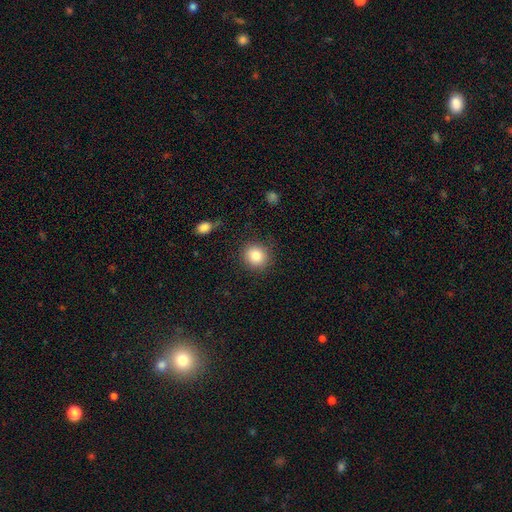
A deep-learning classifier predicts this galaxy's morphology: This appears to be a smooth galaxy with no disk features (84%) that is round (85%). Merging: none (87%).